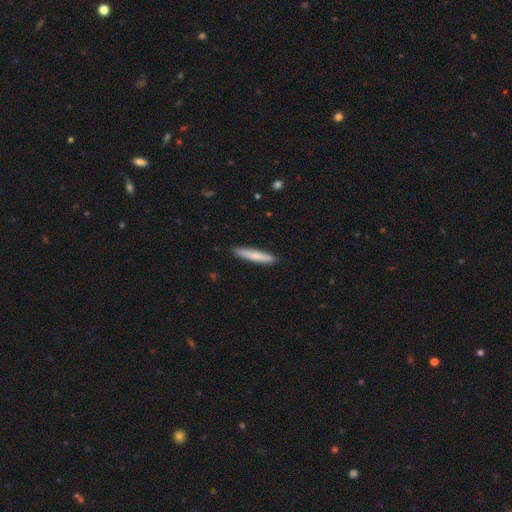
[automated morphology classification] The model was most divided on "smooth or featured": smooth: 75%, featured or disk: 20%, star or artifact: 5%. More confident: how rounded — cigar-shaped (94%); merging — none (90%).